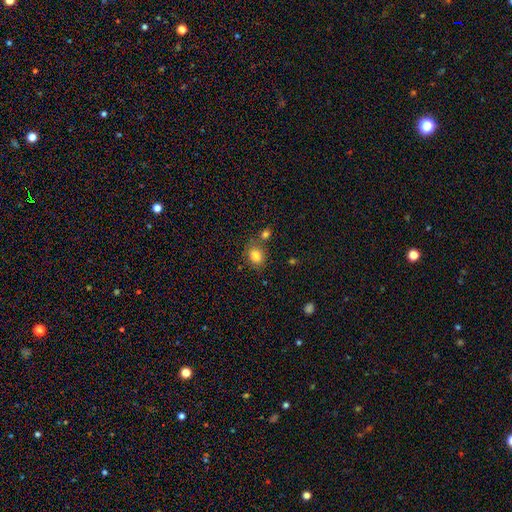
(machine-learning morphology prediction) This is clearly a smooth galaxy (83%). How rounded: possibly round (58%). Merging: likely none (68%).